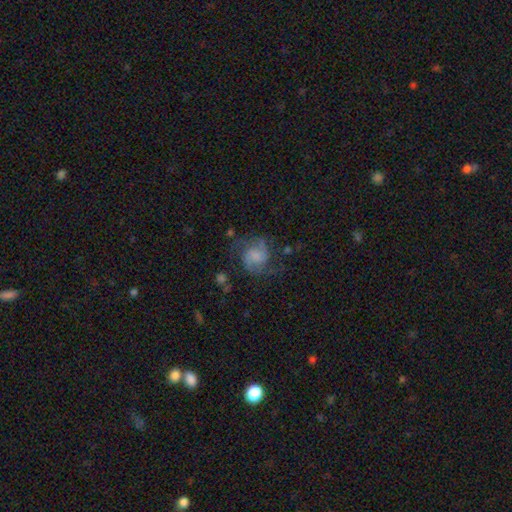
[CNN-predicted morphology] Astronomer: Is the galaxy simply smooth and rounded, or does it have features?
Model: featured or disk — 66%.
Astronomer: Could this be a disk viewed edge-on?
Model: no — 98%.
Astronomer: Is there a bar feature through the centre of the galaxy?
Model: no — 61%.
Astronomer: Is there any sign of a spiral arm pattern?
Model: yes — 92%.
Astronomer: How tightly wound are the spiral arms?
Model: medium — 51% (runner-up: loose, 29%).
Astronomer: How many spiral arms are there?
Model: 2 — 82%.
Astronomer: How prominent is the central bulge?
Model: none — 35% (runner-up: small, 28%).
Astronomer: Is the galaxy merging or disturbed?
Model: none — 61%.